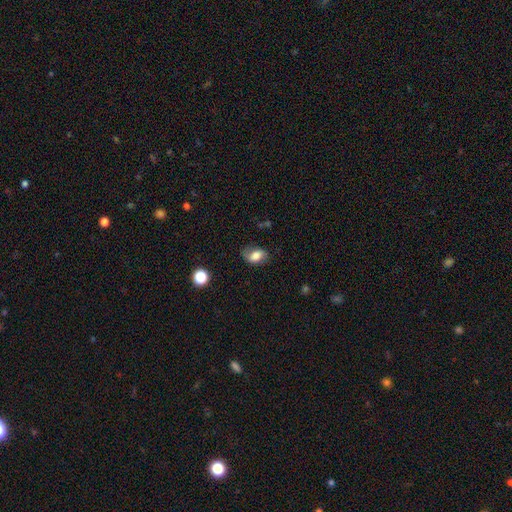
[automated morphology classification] The model was most divided on "smooth or featured": smooth: 66%, featured or disk: 25%, star or artifact: 10%. More confident: how rounded — in between (81%); merging — none (66%).